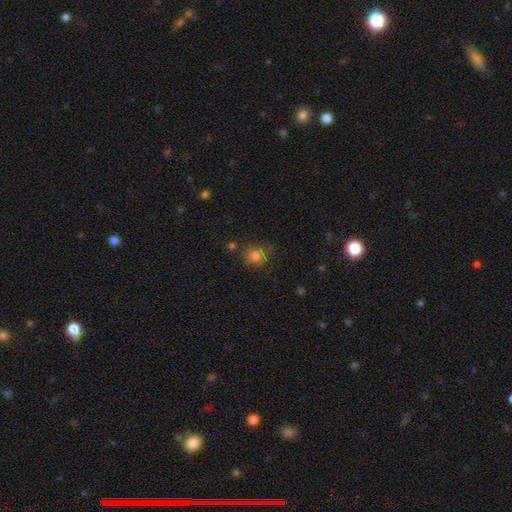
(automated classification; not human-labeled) This appears to be a smooth galaxy with no disk features (80%) that is round (83%). Merging: none (77%).